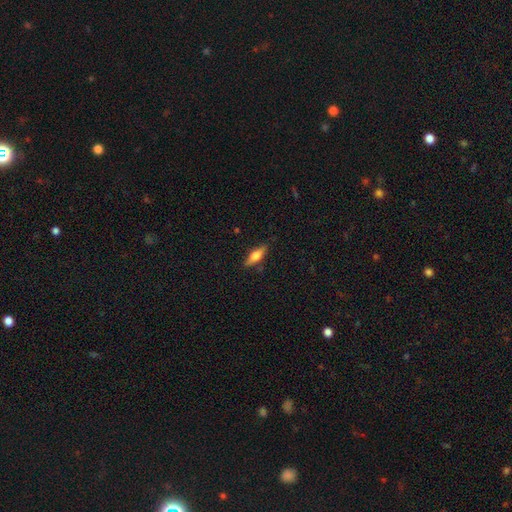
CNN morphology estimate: A smooth galaxy with no disk features (54%) that is cigar-shaped (49%). Merging: none (83%).